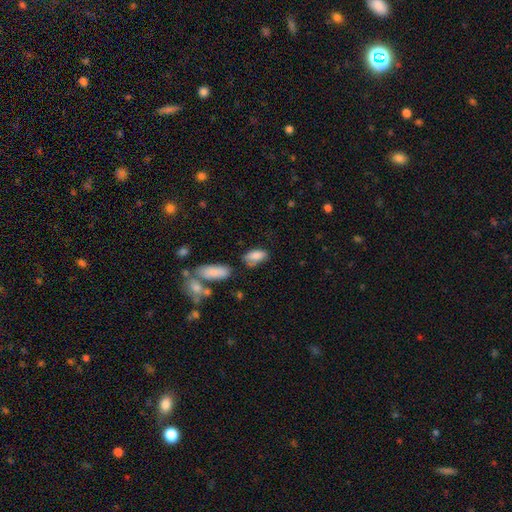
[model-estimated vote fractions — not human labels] Smooth or featured? smooth (84%)
How rounded? in between (88%)
Merging? none (56%)